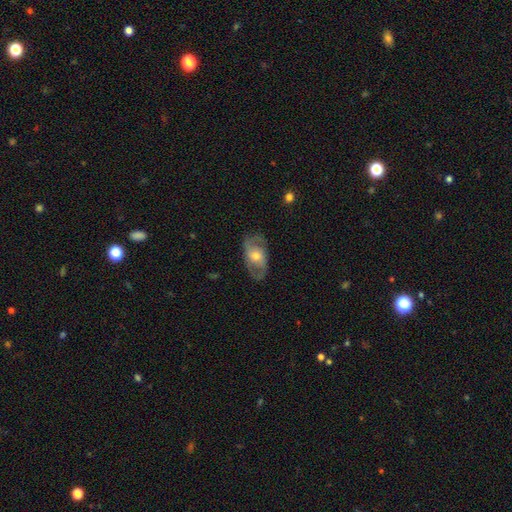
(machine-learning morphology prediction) A featured or disk galaxy (65%) with no bar (65%), spiral arms (73%) and a moderate central bulge (65%).

Vote fractions:
- Smooth or featured? featured or disk: 65% / smooth: 29% / star or artifact: 6%
- Edge-on disk? no: 92% / yes: 8%
- Bar? no: 65% / weak: 27% / strong: 8%
- Spiral arms? yes: 73% / no: 27%
- Bulge size? moderate: 65% / small: 25% / large: 8% / none: 1% / dominant: 1%
- Merging? none: 74% / minor disturbance: 17% / major disturbance: 8% / merger: 1%